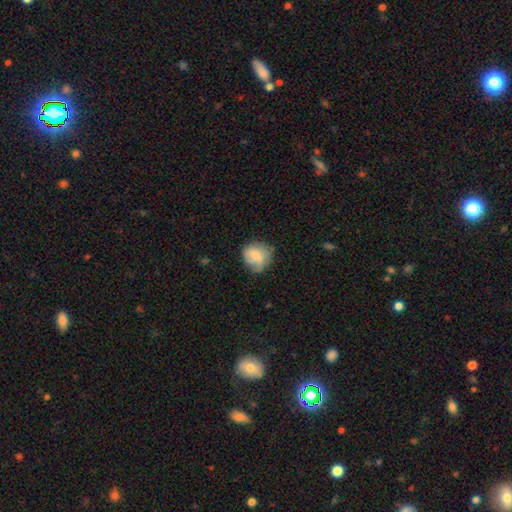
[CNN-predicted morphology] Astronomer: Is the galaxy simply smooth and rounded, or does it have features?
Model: smooth — 67%.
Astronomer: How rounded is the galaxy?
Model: round — 71%.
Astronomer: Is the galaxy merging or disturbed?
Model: none — 54% (runner-up: minor disturbance, 31%).